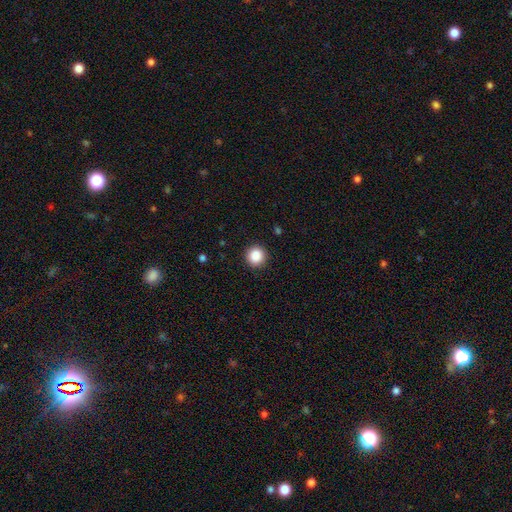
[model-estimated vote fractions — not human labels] smooth_or_featured: smooth (p=0.88) [alt: star or artifact p=0.10]
how_rounded: round (p=0.95) [alt: in between p=0.04]
merging: none (p=0.92) [alt: minor disturbance p=0.05]